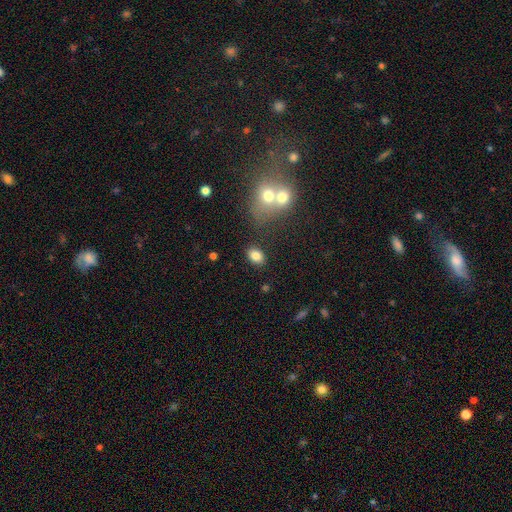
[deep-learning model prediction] smooth 83%, star or artifact 10%, featured or disk 7%. Down the decision tree: how rounded — in between (71%); merging — none (79%).